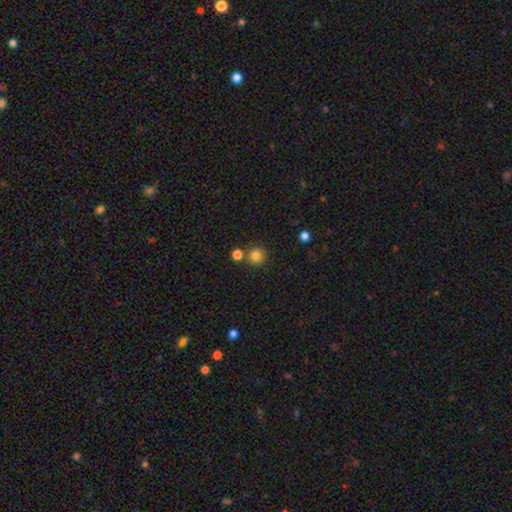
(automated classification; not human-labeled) Q: Smooth or featured?
A: smooth (82%); runner-up: star or artifact (13%)
Q: How rounded?
A: round (93%); runner-up: in between (6%)
Q: Merging?
A: none (78%); runner-up: merger (12%)